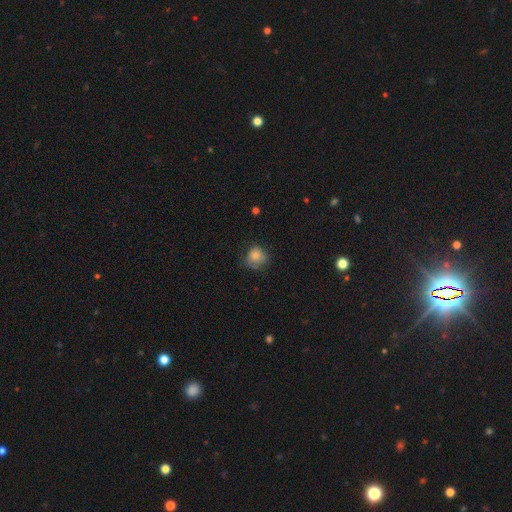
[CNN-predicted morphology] Smooth or featured? Predicted: smooth (p=0.77). How rounded? Predicted: round (p=0.80). Merging? Predicted: none (p=0.58).